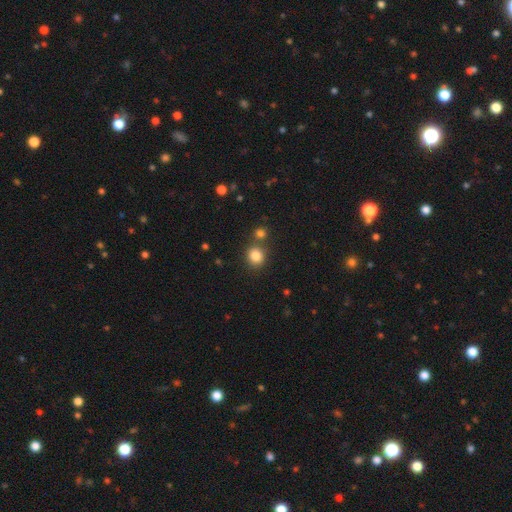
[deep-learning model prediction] Smooth or featured?
  - smooth: 83% *
  - star or artifact: 11%
  - featured or disk: 6%
How rounded?
  - round: 83% *
  - in between: 16%
  - cigar-shaped: 1%
Merging?
  - none: 72% *
  - merger: 17%
  - minor disturbance: 9%
  - major disturbance: 3%